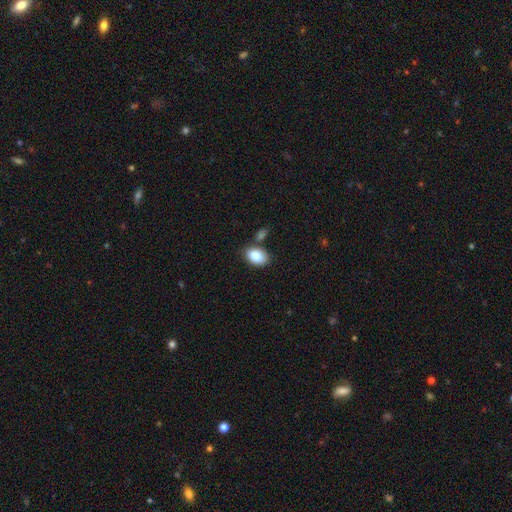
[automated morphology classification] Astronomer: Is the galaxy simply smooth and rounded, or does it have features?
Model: smooth — 85%.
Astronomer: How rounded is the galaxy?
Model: in between — 84%.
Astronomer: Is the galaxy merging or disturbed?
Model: none — 69%.